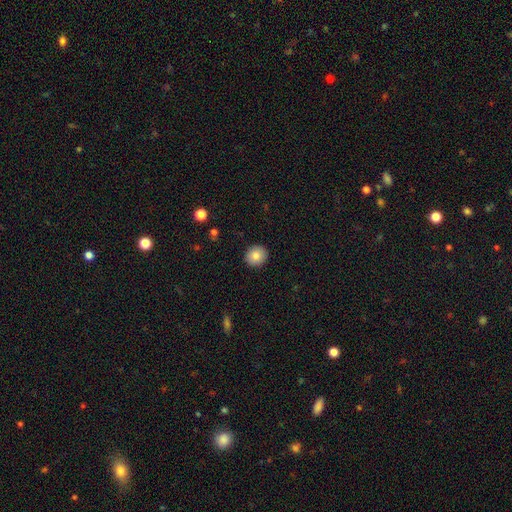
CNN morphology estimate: Smooth or featured?
  - smooth: 84% *
  - star or artifact: 9%
  - featured or disk: 8%
How rounded?
  - round: 80% *
  - in between: 19%
  - cigar-shaped: 1%
Merging?
  - none: 91% *
  - minor disturbance: 6%
  - major disturbance: 2%
  - merger: 1%